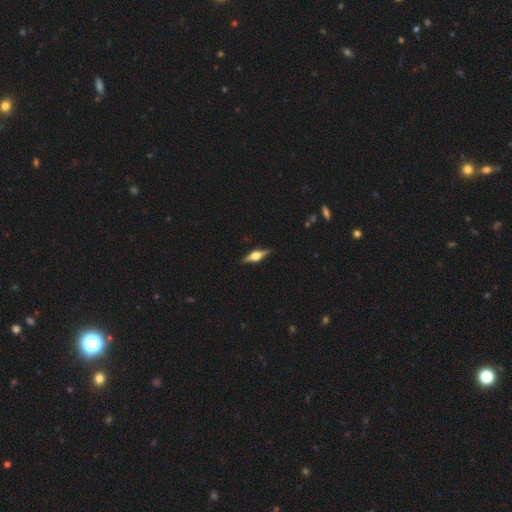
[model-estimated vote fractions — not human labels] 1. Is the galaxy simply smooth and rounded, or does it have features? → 70% featured or disk, 23% smooth, 6% star or artifact.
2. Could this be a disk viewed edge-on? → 97% yes, 3% no.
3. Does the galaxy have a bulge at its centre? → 93% rounded, 6% boxy, 1% none.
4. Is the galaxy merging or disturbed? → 89% none, 8% minor disturbance, 2% major disturbance, 1% merger.